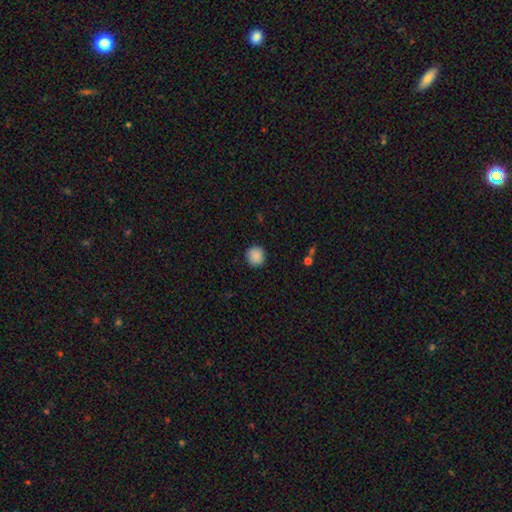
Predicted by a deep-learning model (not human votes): Morphology: type=smooth (89%); roundness=round (93%); merging=none (91%).